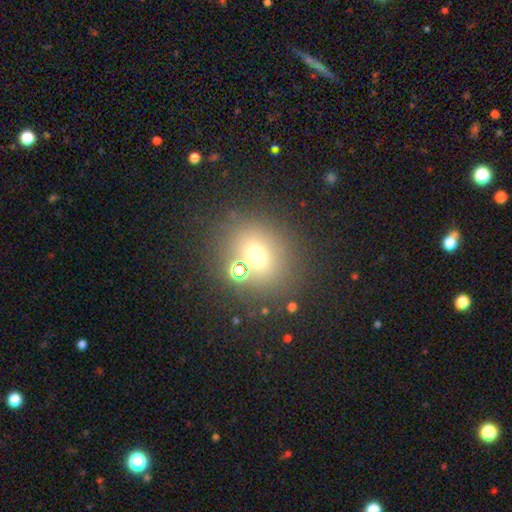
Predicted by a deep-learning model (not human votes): Overall: smooth (65%). How rounded: round (66%; in between 33%). Merging: none (67%).